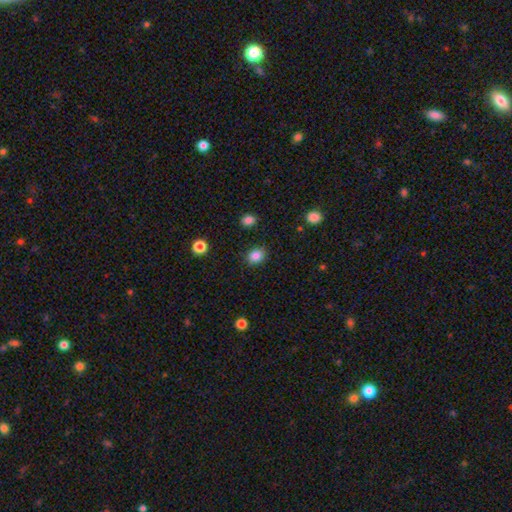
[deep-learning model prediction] smooth-or-featured: smooth: 85% | star or artifact: 10% | featured or disk: 5%
  how-rounded: round: 50% | in between: 49% | cigar-shaped: 1%
  merging: none: 86% | minor disturbance: 10% | major disturbance: 2% | merger: 2%